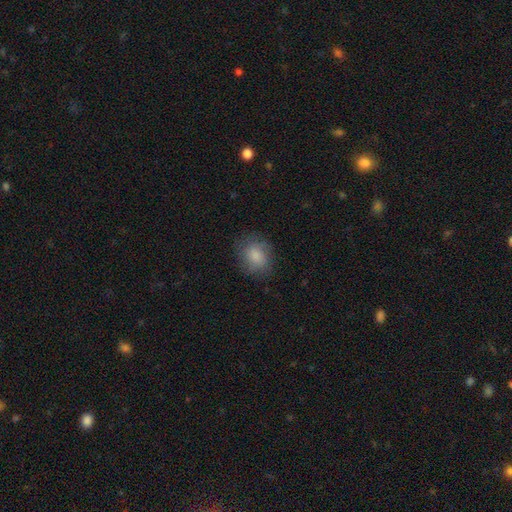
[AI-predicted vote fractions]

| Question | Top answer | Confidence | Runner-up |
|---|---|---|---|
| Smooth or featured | smooth | 81% | featured or disk (12%) |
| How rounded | round | 62% | in between (37%) |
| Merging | none | 77% | minor disturbance (16%) |